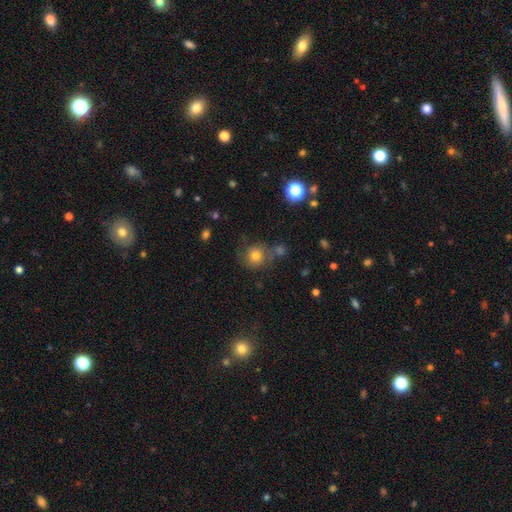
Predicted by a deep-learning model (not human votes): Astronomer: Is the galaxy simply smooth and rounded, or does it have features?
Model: smooth — 72%.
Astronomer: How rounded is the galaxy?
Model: round — 88%.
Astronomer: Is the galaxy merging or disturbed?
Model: none — 65%.